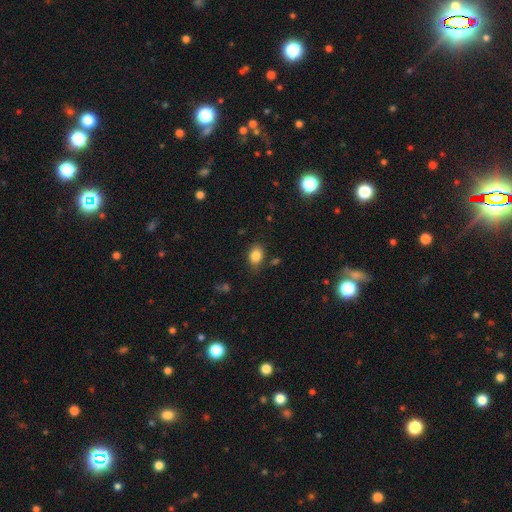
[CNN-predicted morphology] type=smooth (84%); roundness=in between (70%); merging=none (77%).